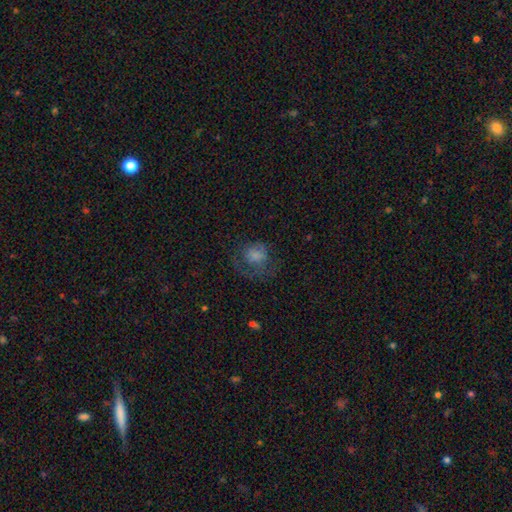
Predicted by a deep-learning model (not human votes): Smooth or featured?
  - smooth: 62% *
  - featured or disk: 25%
  - star or artifact: 13%
How rounded?
  - round: 68% *
  - in between: 31%
  - cigar-shaped: 1%
Merging?
  - none: 39% *
  - major disturbance: 38%
  - minor disturbance: 21%
  - merger: 2%